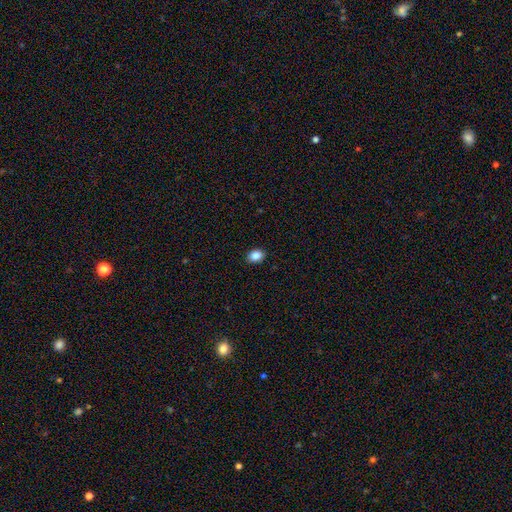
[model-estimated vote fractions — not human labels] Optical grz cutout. It shows a smooth galaxy with no disk features (87%) that is in between round and cigar-shaped (71%). Merging: none (90%).